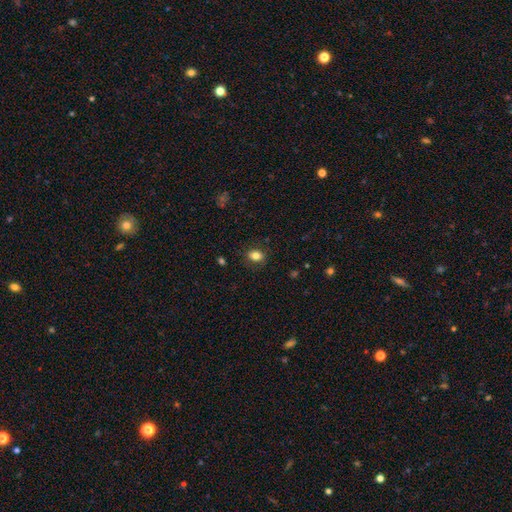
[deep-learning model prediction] This is clearly a smooth galaxy (82%). How rounded: likely in between (62%). Merging: clearly none (83%).